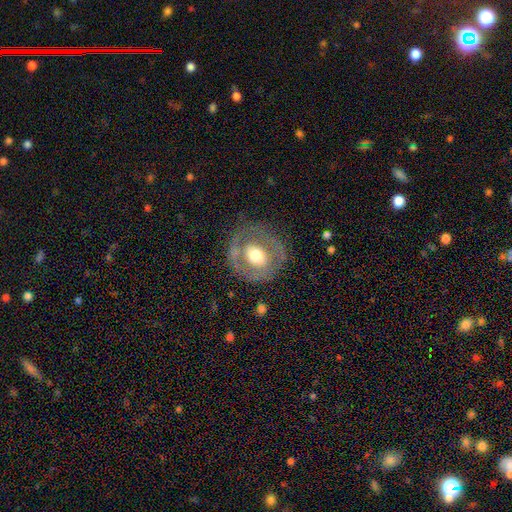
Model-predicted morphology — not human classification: smooth_or_featured: featured or disk (p=0.51) [alt: smooth p=0.42]
disk_edge_on: no (p=0.94) [alt: yes p=0.06]
merging: none (p=0.72) [alt: minor disturbance p=0.16]